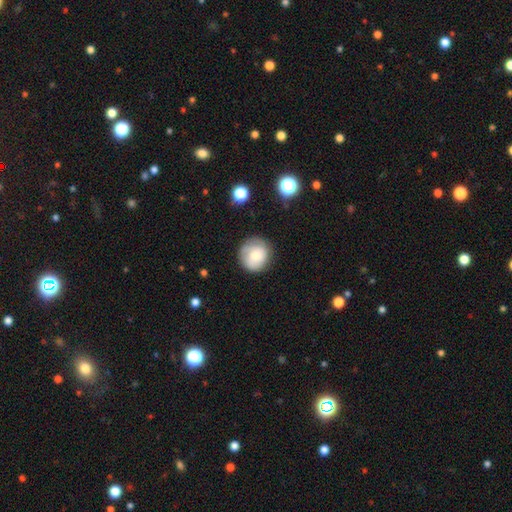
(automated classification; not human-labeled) Smooth or featured? smooth (69%)
How rounded? round (90%)
Merging? none (75%)